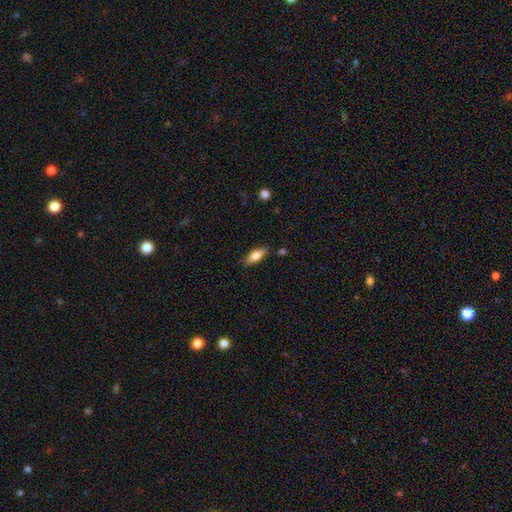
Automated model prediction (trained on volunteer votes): Morphology: type=smooth (74%); roundness=in between (70%); merging=none (84%).